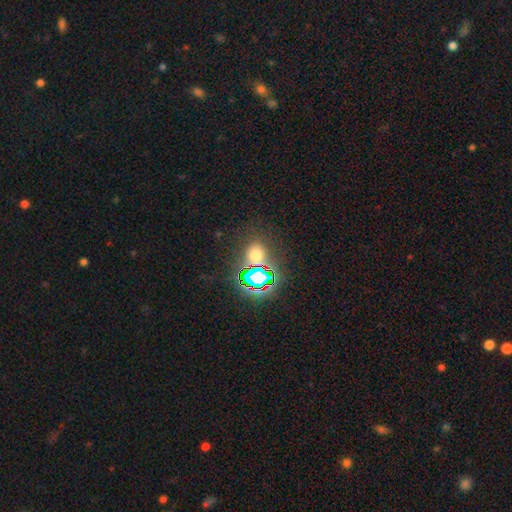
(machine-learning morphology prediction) Overall: smooth (47%; star or artifact 44%). Merging: none (75%).